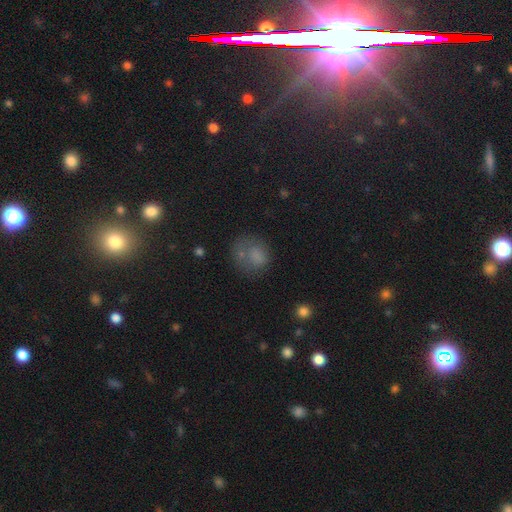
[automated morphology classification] This is likely a smooth galaxy (70%). How rounded: likely round (64%). Merging: possibly none (49%).